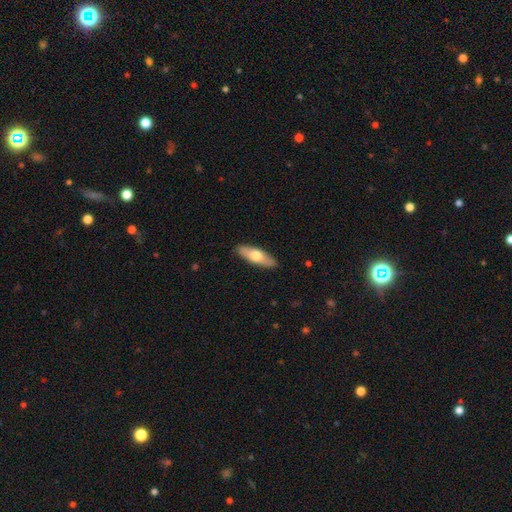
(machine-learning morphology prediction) smooth 61%, featured or disk 34%, star or artifact 5%. Down the decision tree: how rounded — in between (58%); merging — none (89%).